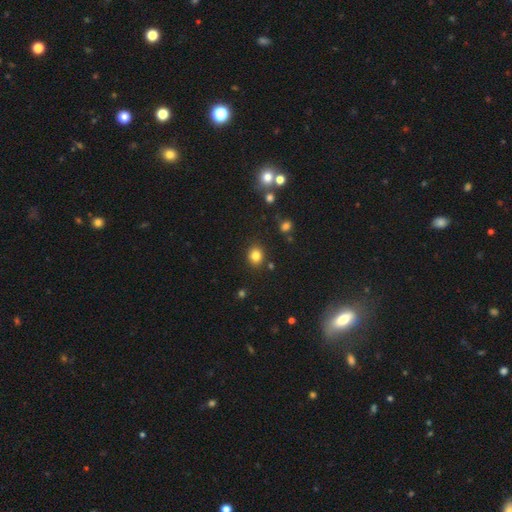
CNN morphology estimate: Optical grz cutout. It shows a smooth galaxy with no disk features (82%) that is round (66%). Merging: none (85%).